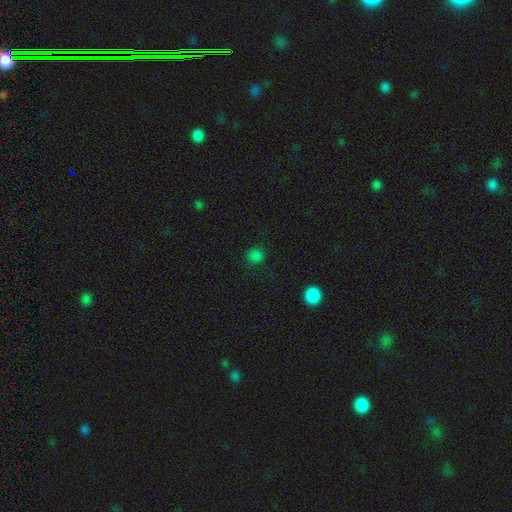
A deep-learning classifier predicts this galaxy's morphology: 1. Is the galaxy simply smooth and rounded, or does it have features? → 79% smooth, 18% star or artifact, 3% featured or disk.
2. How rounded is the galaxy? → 90% round, 9% in between, 1% cigar-shaped.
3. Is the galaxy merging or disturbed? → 85% none, 10% minor disturbance, 3% major disturbance, 2% merger.